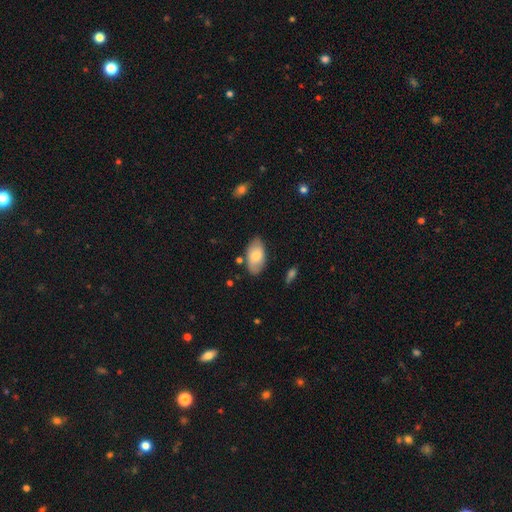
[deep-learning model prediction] Q: Smooth or featured?
A: smooth (71%); runner-up: featured or disk (22%)
Q: How rounded?
A: in between (95%); runner-up: round (3%)
Q: Merging?
A: none (78%); runner-up: minor disturbance (16%)